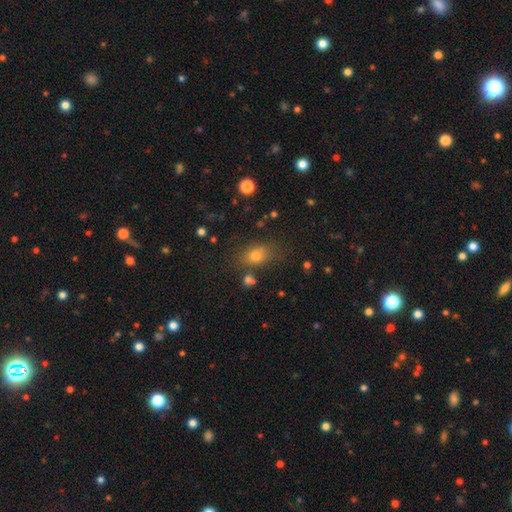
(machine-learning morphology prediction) A smooth galaxy with no disk features (73%) that is in between round and cigar-shaped (67%).

Vote fractions:
- Smooth or featured? smooth: 73% / star or artifact: 16% / featured or disk: 11%
- How rounded? in between: 67% / round: 31% / cigar-shaped: 3%
- Merging? none: 73% / minor disturbance: 15% / merger: 6% / major disturbance: 6%